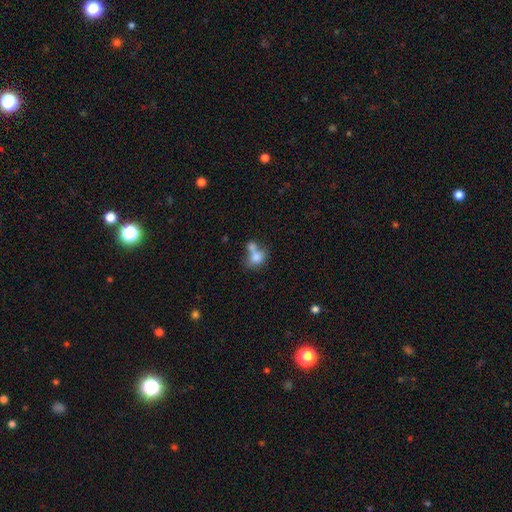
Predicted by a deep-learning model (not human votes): A smooth galaxy with no disk features (76%) that is in between round and cigar-shaped (59%). Merging: merger (56%).